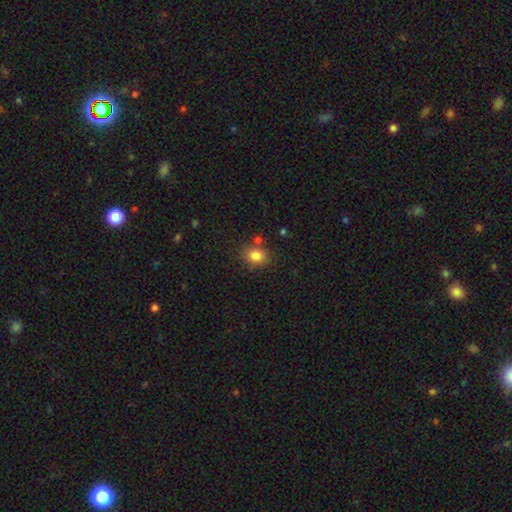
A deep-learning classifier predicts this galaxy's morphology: This appears to be a smooth galaxy with no disk features (83%) that is round (55%). Merging: none (76%).